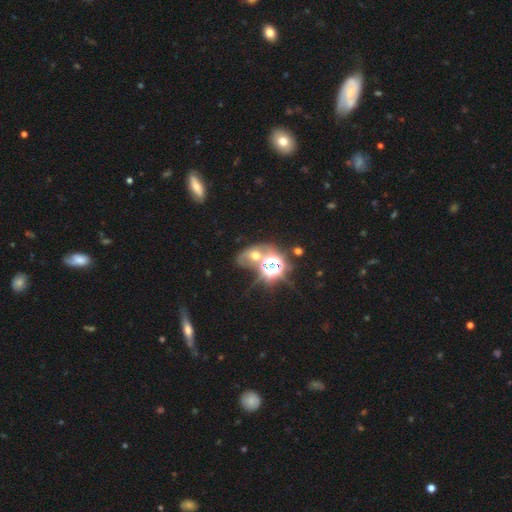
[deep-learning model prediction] Smooth or featured? star or artifact (41%)